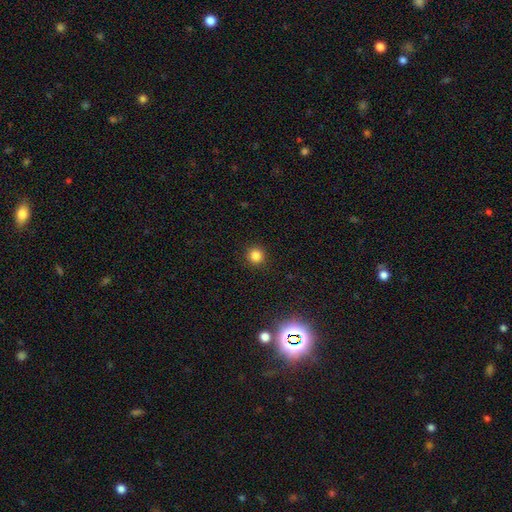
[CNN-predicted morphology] smooth-or-featured: smooth: 82% | star or artifact: 14% | featured or disk: 4%
  how-rounded: round: 94% | in between: 5% | cigar-shaped: 1%
  merging: none: 92% | minor disturbance: 5% | major disturbance: 2% | merger: 1%